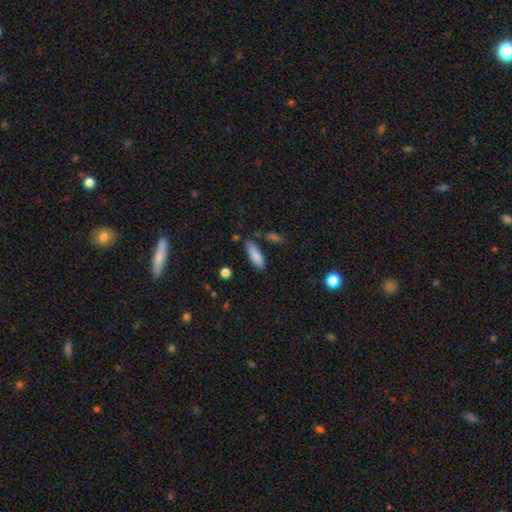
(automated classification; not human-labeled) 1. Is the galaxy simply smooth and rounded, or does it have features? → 84% smooth, 10% featured or disk, 7% star or artifact.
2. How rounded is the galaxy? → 63% in between, 35% cigar-shaped, 2% round.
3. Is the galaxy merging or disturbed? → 73% none, 18% minor disturbance, 5% merger, 4% major disturbance.